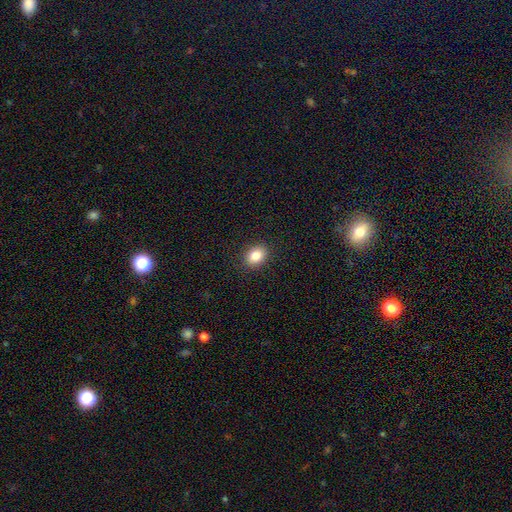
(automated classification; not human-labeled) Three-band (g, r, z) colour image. It shows a smooth galaxy with no disk features (84%) that is in between round and cigar-shaped (65%). Merging: none (90%).